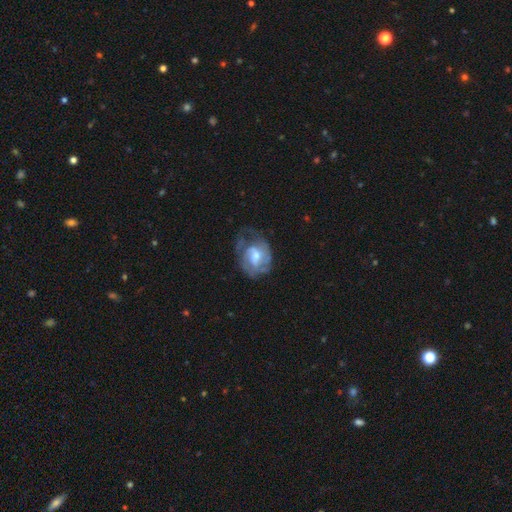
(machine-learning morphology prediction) Smooth or featured? Predicted: featured or disk (p=0.73). Edge-on disk? Predicted: no (p=0.97). Bar? Predicted: no (p=0.49). Spiral arms? Predicted: yes (p=0.83). Spiral winding? Predicted: tight (p=0.46). Spiral arm count? Predicted: can't tell (p=0.37). Bulge size? Predicted: moderate (p=0.62). Merging? Predicted: none (p=0.48).